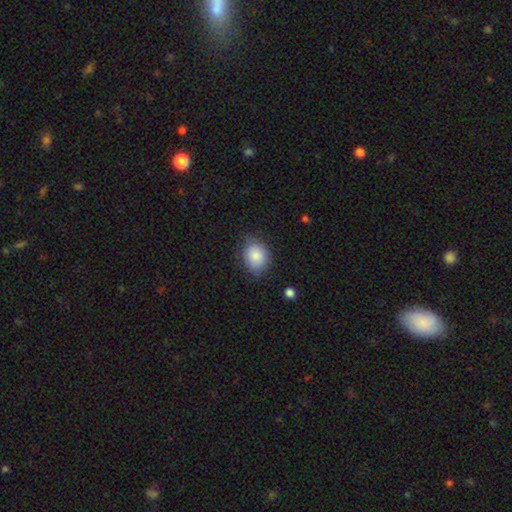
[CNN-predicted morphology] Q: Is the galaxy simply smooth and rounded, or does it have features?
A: smooth — 84%.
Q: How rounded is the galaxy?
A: in between — 52%.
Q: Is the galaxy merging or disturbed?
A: none — 73%.